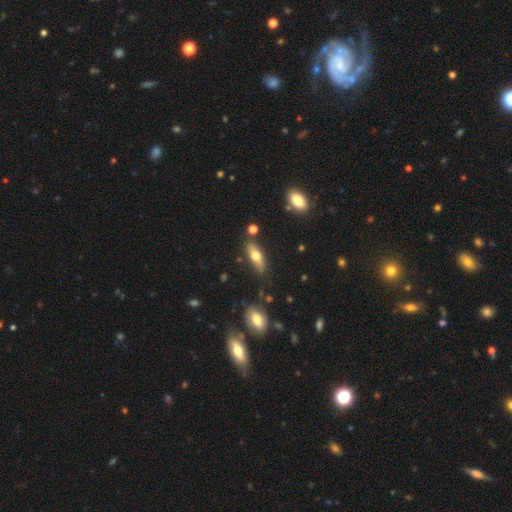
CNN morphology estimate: Smooth or featured: smooth — 60% (featured or disk — 33%)
How rounded: in between — 59% (cigar-shaped — 37%)
Merging: none — 75% (minor disturbance — 16%)